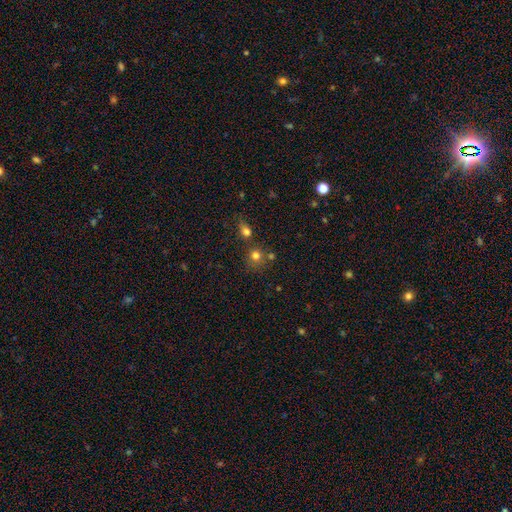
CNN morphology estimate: A smooth galaxy with no disk features (73%) that is round (87%).

Vote fractions:
- Smooth or featured? smooth: 73% / star or artifact: 18% / featured or disk: 9%
- How rounded? round: 87% / in between: 12% / cigar-shaped: 1%
- Merging? none: 62% / merger: 23% / minor disturbance: 10% / major disturbance: 5%